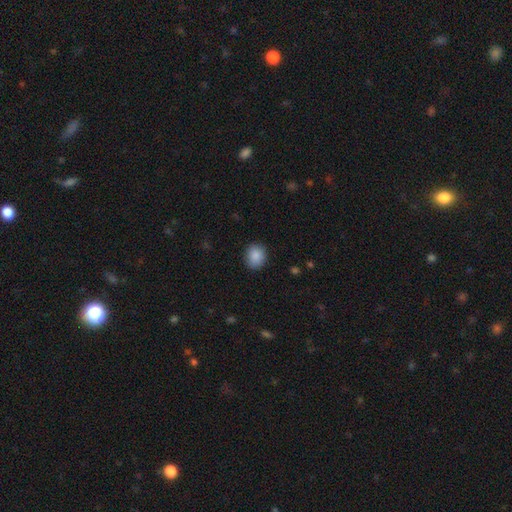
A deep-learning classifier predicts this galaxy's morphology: smooth_or_featured: smooth (p=0.88) [alt: star or artifact p=0.08]
how_rounded: round (p=0.64) [alt: in between p=0.35]
merging: none (p=0.87) [alt: minor disturbance p=0.10]